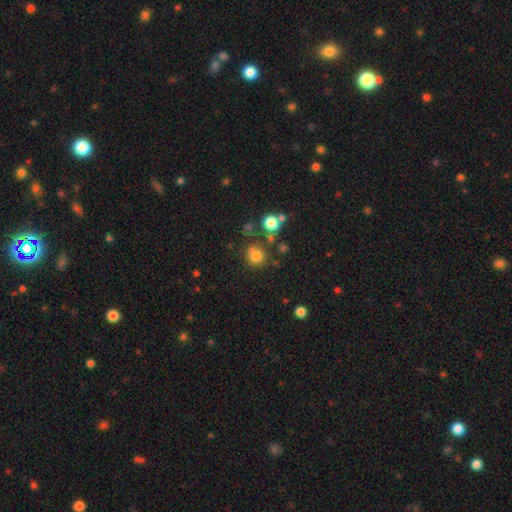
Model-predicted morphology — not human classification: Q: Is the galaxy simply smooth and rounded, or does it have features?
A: smooth — 76%.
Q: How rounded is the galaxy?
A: round — 86%.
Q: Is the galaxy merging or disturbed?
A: none — 67%.